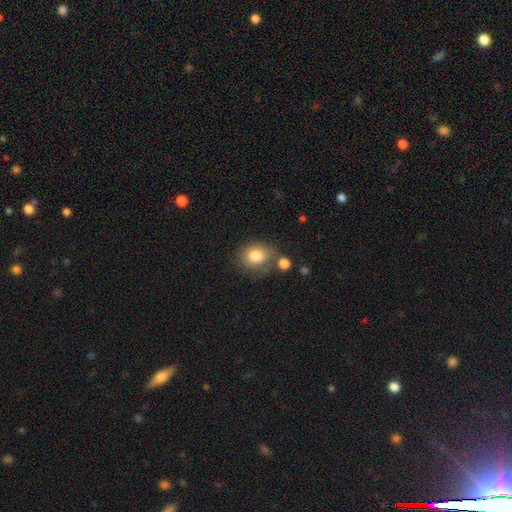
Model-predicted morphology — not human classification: The model was most divided on "how rounded": round: 65%, in between: 34%, cigar-shaped: 1%. More confident: smooth or featured — smooth (81%); merging — none (60%).